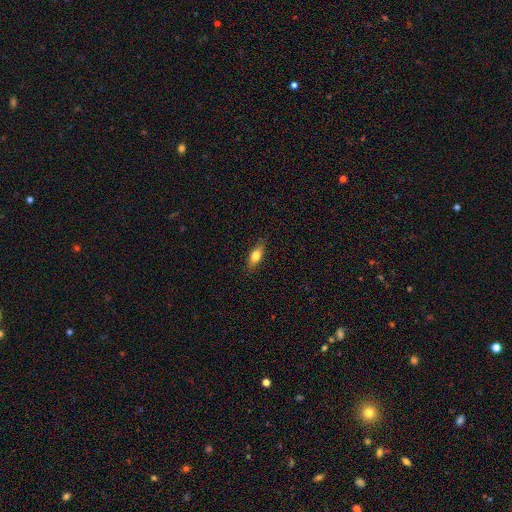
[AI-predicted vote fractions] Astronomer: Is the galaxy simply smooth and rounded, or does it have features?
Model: smooth — 75%.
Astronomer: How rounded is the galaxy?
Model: in between — 75%.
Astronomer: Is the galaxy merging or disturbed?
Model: none — 85%.